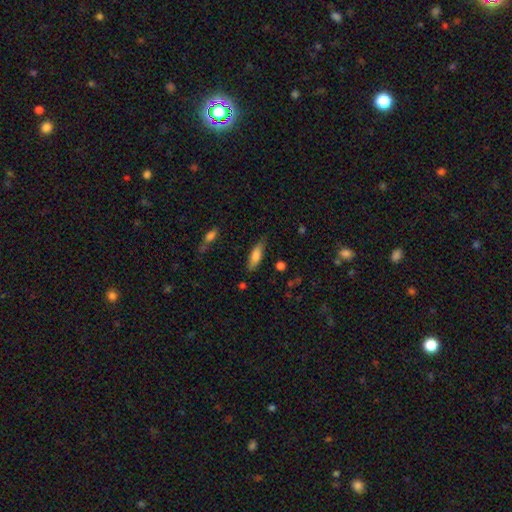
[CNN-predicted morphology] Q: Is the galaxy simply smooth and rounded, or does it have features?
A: smooth — 78%.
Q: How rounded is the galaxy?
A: in between — 57%.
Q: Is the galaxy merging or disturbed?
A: none — 75%.